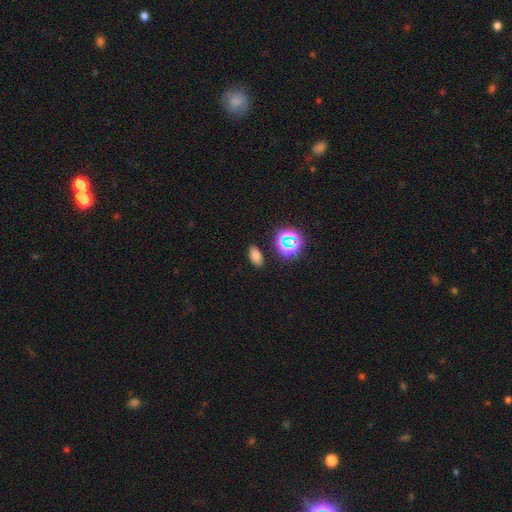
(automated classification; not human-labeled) smooth_or_featured: smooth (p=0.71) [alt: star or artifact p=0.21]
how_rounded: in between (p=0.87) [alt: round p=0.08]
merging: none (p=0.87) [alt: minor disturbance p=0.09]